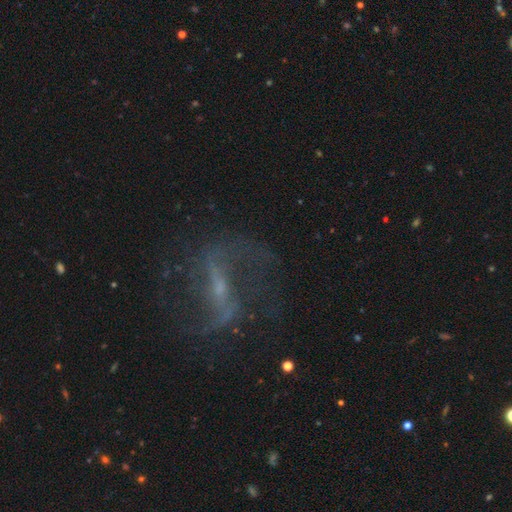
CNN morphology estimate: Smooth or featured? featured or disk (79%)
Edge-on disk? no (90%)
Bar? strong (50%)
Spiral arms? yes (87%)
Spiral winding? loose (67%)
Spiral arm count? 2 (88%)
Bulge size? small (68%)
Merging? none (69%)